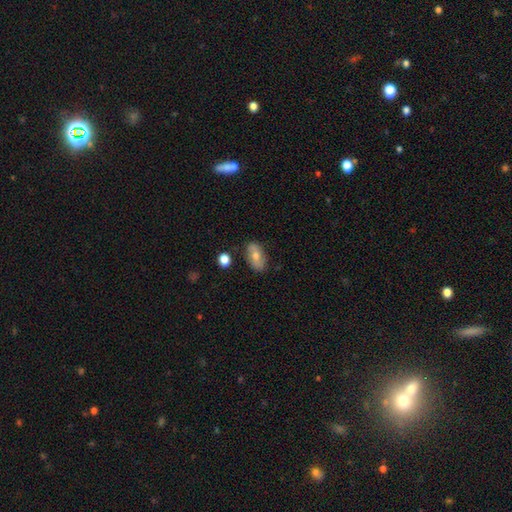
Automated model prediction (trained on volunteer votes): smooth-or-featured: smooth: 57% | featured or disk: 34% | star or artifact: 9%
  how-rounded: in between: 88% | round: 8% | cigar-shaped: 5%
  merging: none: 80% | minor disturbance: 14% | major disturbance: 3% | merger: 2%